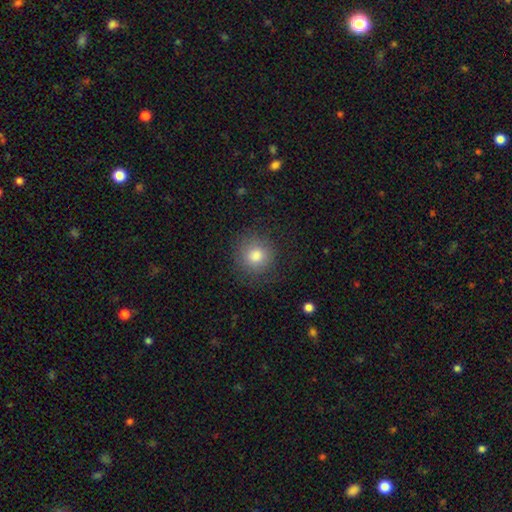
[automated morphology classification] smooth-or-featured: smooth: 82% | star or artifact: 10% | featured or disk: 8%
  how-rounded: round: 91% | in between: 8% | cigar-shaped: 1%
  merging: none: 82% | minor disturbance: 12% | major disturbance: 5% | merger: 1%